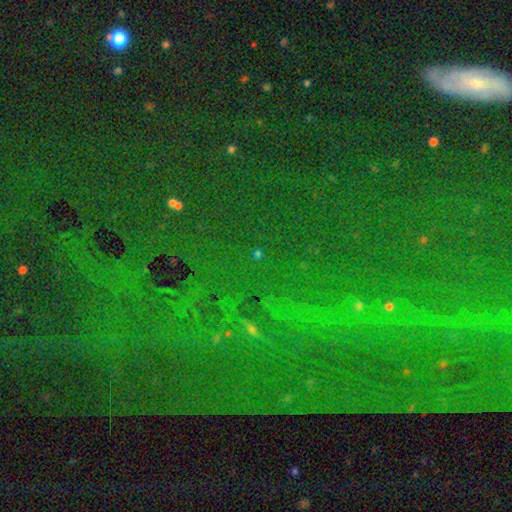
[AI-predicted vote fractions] The model was most divided on "smooth or featured": star or artifact: 82%, smooth: 10%, featured or disk: 8%.